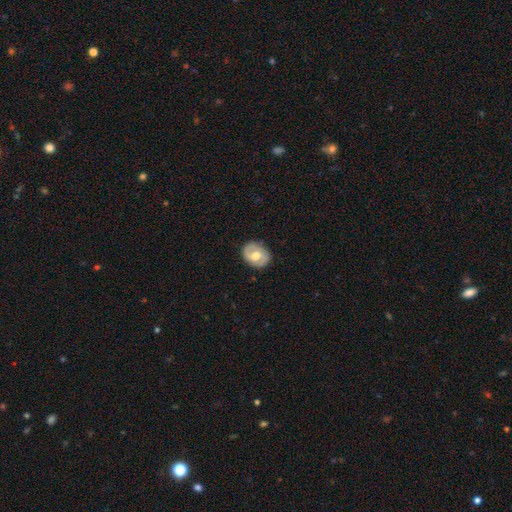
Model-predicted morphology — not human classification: This appears to be a featured or disk galaxy (53%) with no bar (50%), spiral arms (53%) and a moderate central bulge (75%). Merging: none (83%).